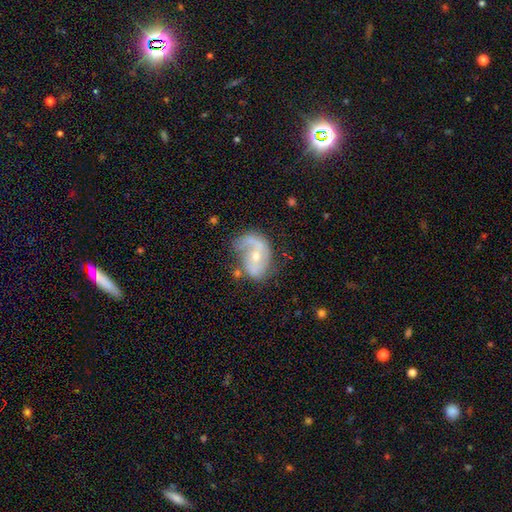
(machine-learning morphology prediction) Smooth or featured? featured or disk (78%)
Edge-on disk? no (97%)
Bar? no (48%)
Spiral arms? yes (88%)
Spiral winding? loose (44%)
Spiral arm count? 2 (60%)
Bulge size? moderate (51%)
Merging? none (46%)